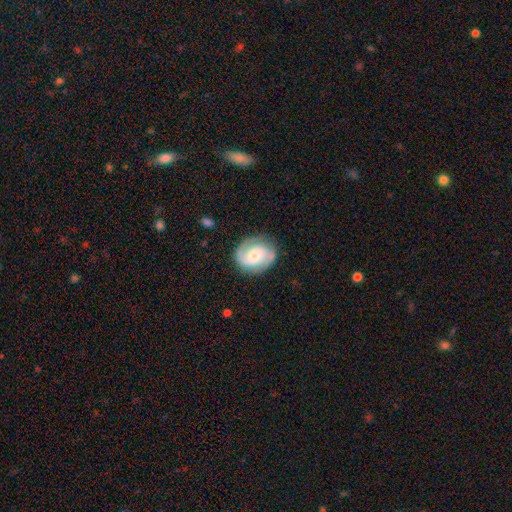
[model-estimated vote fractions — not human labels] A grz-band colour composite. It shows a featured or disk galaxy (76%) with no bar (51%), 2 (82%) tight (43%, tied with medium) spiral arms (94%) and a moderate central bulge (48%). Merging: none (80%).